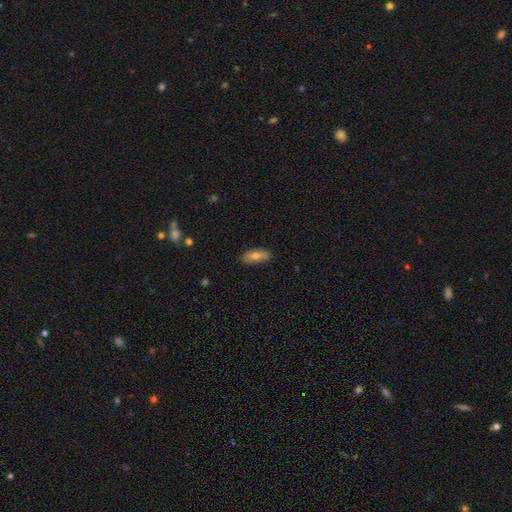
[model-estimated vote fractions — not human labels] smooth 66%, featured or disk 26%, star or artifact 8%. Down the decision tree: how rounded — in between (67%); merging — none (86%).